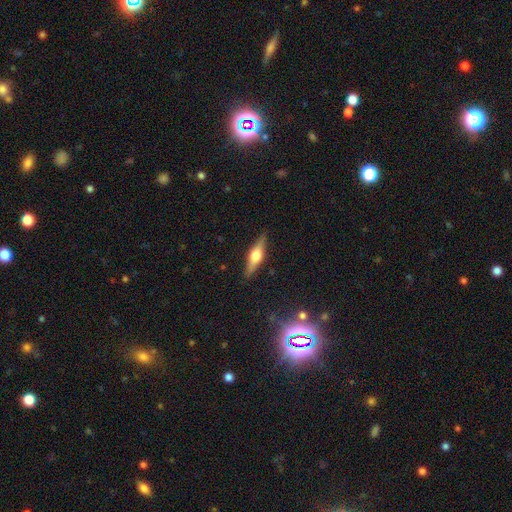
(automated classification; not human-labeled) smooth-or-featured: featured or disk: 59% | smooth: 34% | star or artifact: 7%
  disk-edge-on: yes: 94% | no: 6%
    edge-on-bulge: rounded: 92% | boxy: 6% | none: 2%
  merging: none: 87% | minor disturbance: 10% | major disturbance: 2% | merger: 1%